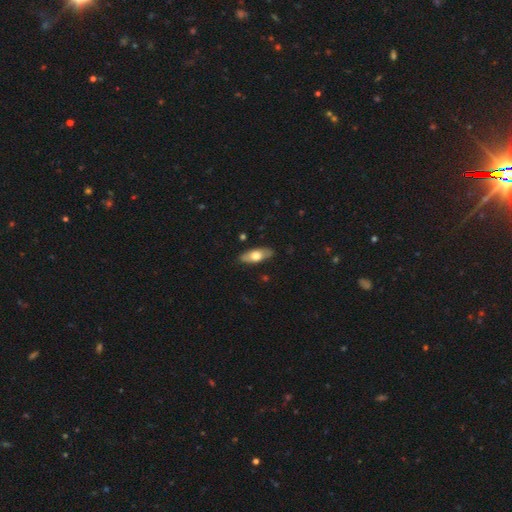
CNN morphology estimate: A smooth galaxy with no disk features (61%) that is in between round and cigar-shaped (76%).

Vote fractions:
- Smooth or featured? smooth: 61% / featured or disk: 34% / star or artifact: 5%
- How rounded? in between: 76% / cigar-shaped: 21% / round: 3%
- Merging? none: 87% / minor disturbance: 10% / major disturbance: 2% / merger: 1%